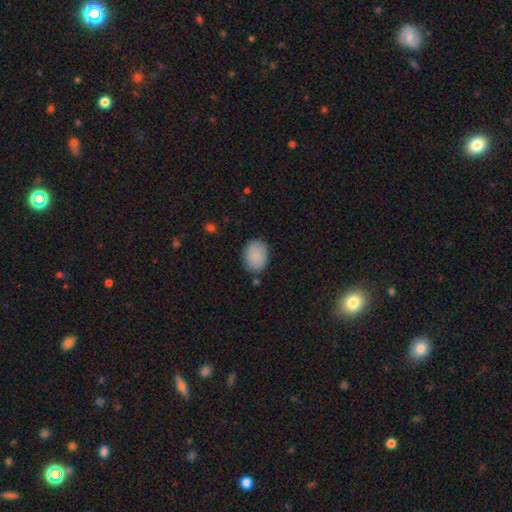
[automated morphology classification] Smooth or featured?
  - smooth: 88% *
  - star or artifact: 7%
  - featured or disk: 5%
How rounded?
  - in between: 67% *
  - round: 32%
  - cigar-shaped: 1%
Merging?
  - none: 80% *
  - minor disturbance: 14%
  - major disturbance: 3%
  - merger: 2%